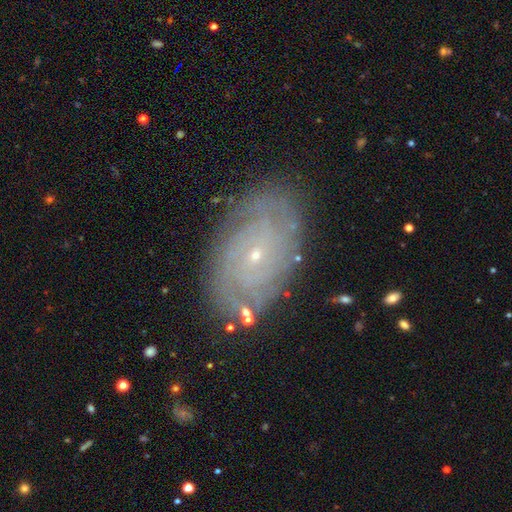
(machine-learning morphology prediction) smooth-or-featured: featured or disk: 81% | smooth: 10% | star or artifact: 8%
  disk-edge-on: no: 95% | yes: 5%
    bar: no: 77% | weak: 18% | strong: 4%
    has-spiral-arms: yes: 94% | no: 6%
      spiral-winding: tight: 80% | medium: 16% | loose: 4%
      spiral-arm-count: can't tell: 39% | 2: 19% | 4: 13% | 3: 12% | more than 4: 10% | 1: 6%
    bulge-size: small: 85% | moderate: 12% | none: 1% | large: 1% | dominant: 1%
  merging: none: 83% | minor disturbance: 12% | major disturbance: 3% | merger: 2%